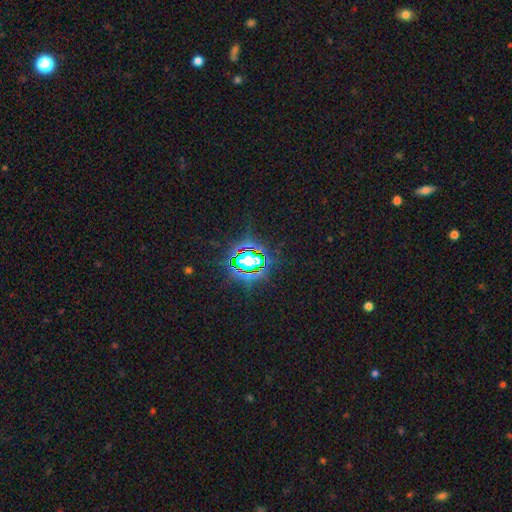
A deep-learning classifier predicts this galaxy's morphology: This is likely a star or artifact rather than a galaxy (76%).